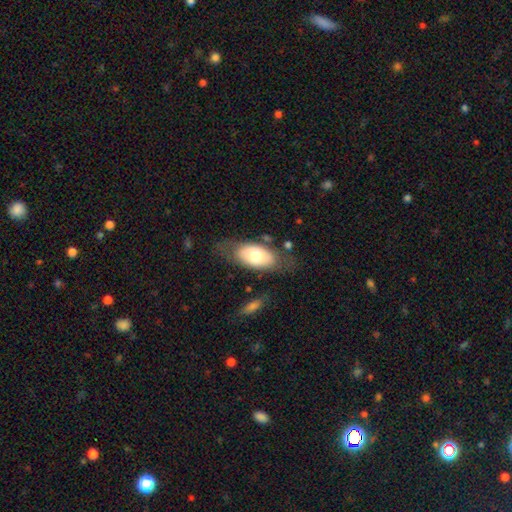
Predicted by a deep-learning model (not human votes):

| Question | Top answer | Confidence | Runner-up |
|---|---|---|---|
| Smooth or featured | smooth | 66% | featured or disk (28%) |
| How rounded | in between | 91% | cigar-shaped (5%) |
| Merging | none | 65% | minor disturbance (20%) |